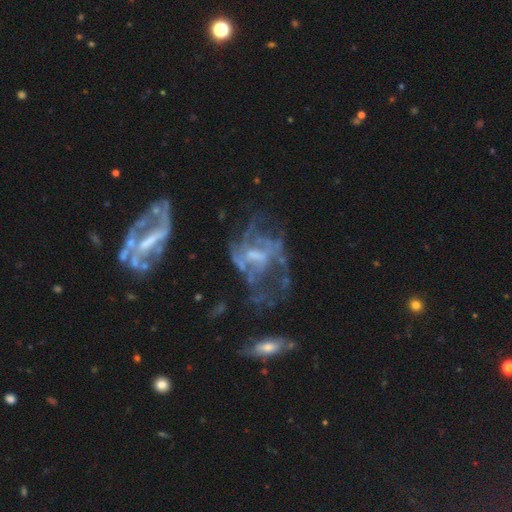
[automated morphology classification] Smooth or featured? Predicted: featured or disk (p=0.75). Edge-on disk? Predicted: no (p=0.96). Bar? Predicted: no (p=0.52). Spiral arms? Predicted: yes (p=0.54). Bulge size? Predicted: none (p=0.33). Merging? Predicted: major disturbance (p=0.37).